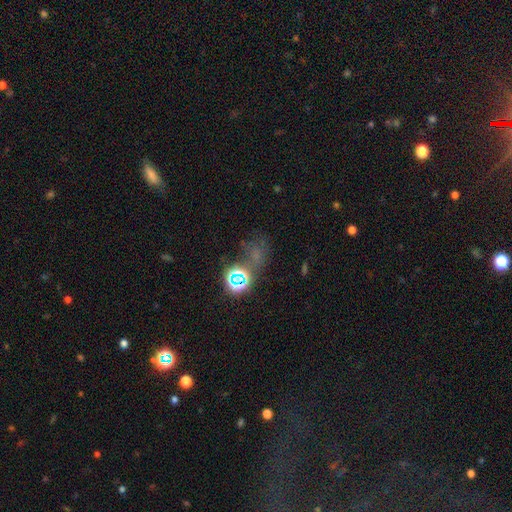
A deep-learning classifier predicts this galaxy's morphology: This appears to be a star or artifact, not a galaxy (53%).